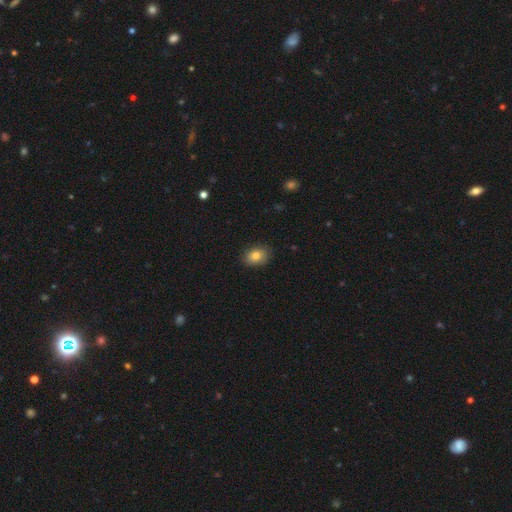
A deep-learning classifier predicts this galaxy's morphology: type=smooth (81%); roundness=in between (72%); merging=none (85%).